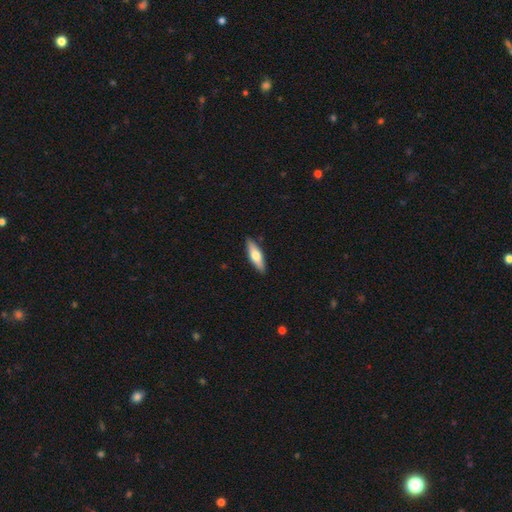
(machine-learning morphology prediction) type=smooth (59%); roundness=cigar-shaped (58%); merging=none (89%).